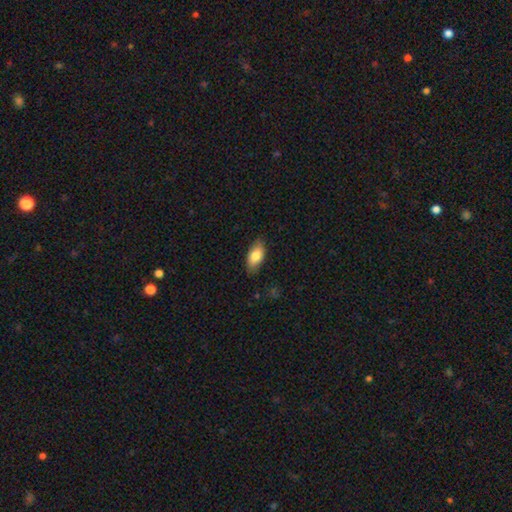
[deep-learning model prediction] This appears to be a smooth galaxy with no disk features (82%) that is in between round and cigar-shaped (91%). Merging: none (84%).